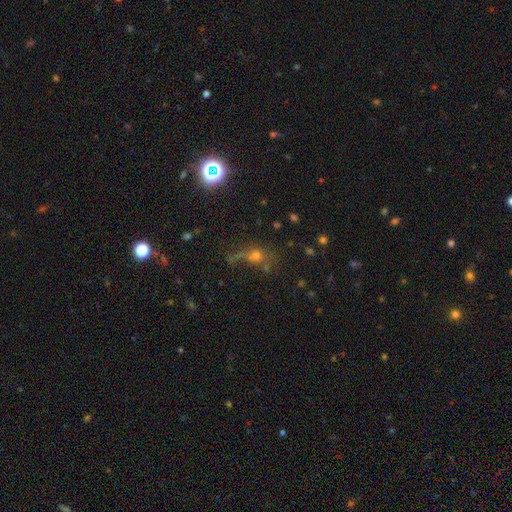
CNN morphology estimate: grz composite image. It shows a smooth galaxy with no disk features (44%). Merging: none (44%).